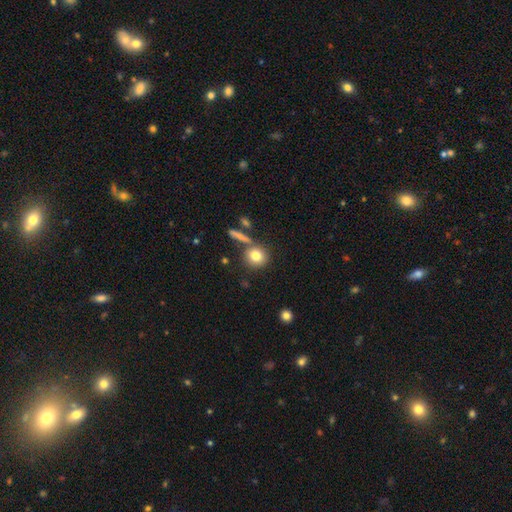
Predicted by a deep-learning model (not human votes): The model was most divided on "merging": none: 73%, merger: 13%, minor disturbance: 10%, major disturbance: 4%. More confident: how rounded — round (88%); smooth or featured — smooth (80%).